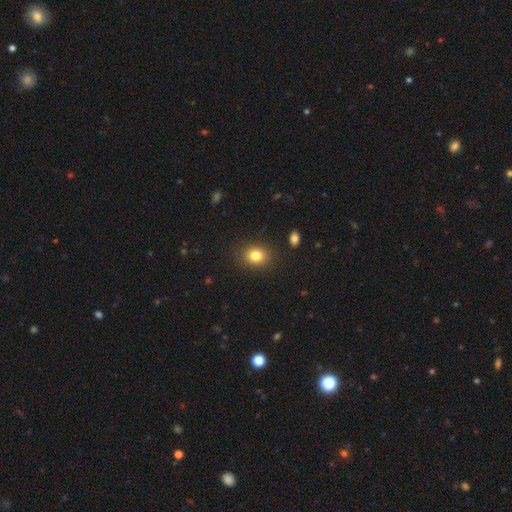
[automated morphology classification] Smooth or featured? Predicted: smooth (p=0.82). How rounded? Predicted: round (p=0.54). Merging? Predicted: none (p=0.88).